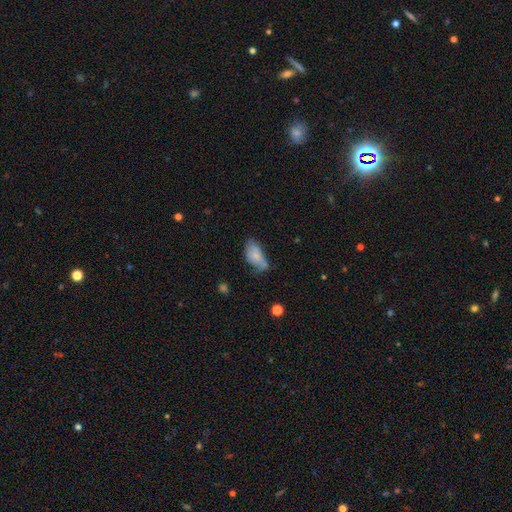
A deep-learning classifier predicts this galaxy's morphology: The model was most divided on "merging" (2-way tie): none: 38%, minor disturbance: 38%, major disturbance: 16%, merger: 8%. More confident: how rounded — in between (92%); smooth or featured — smooth (66%).